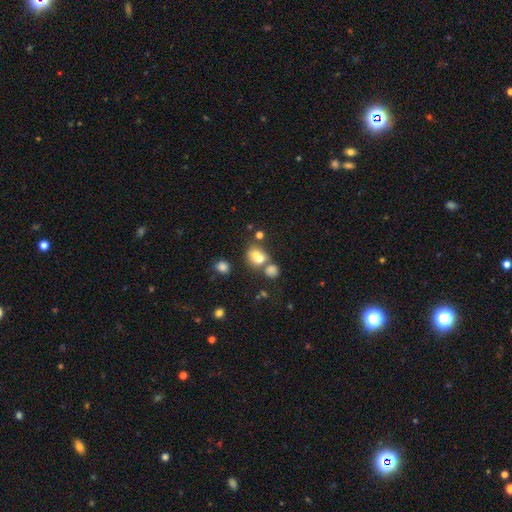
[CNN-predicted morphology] type=smooth (65%); roundness=round (61%); merging=merger (48%).